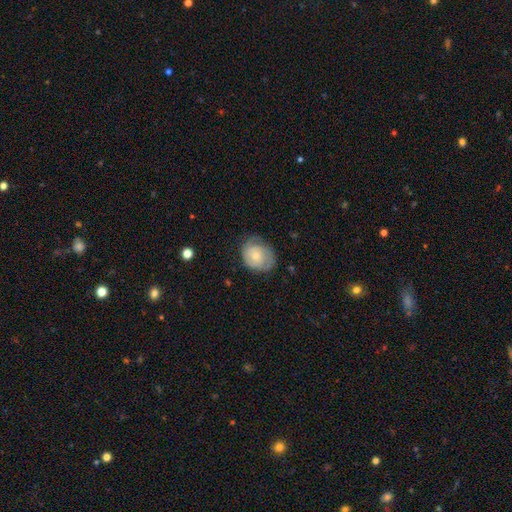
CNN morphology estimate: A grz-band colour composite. It shows a smooth galaxy with no disk features (49%). Merging: none (57%).